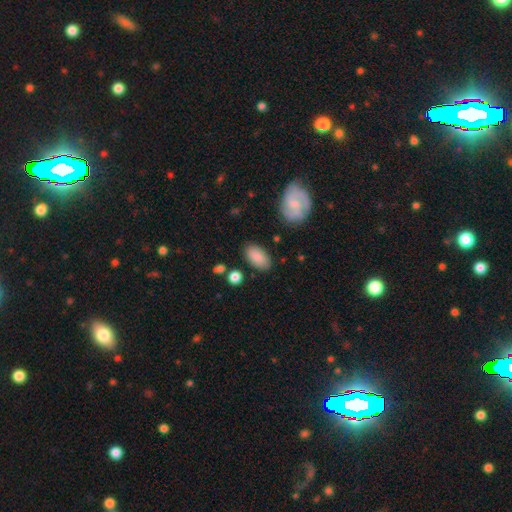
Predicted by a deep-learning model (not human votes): Q: Smooth or featured?
A: smooth (86%); runner-up: featured or disk (8%)
Q: How rounded?
A: in between (93%); runner-up: round (4%)
Q: Merging?
A: none (82%); runner-up: minor disturbance (12%)